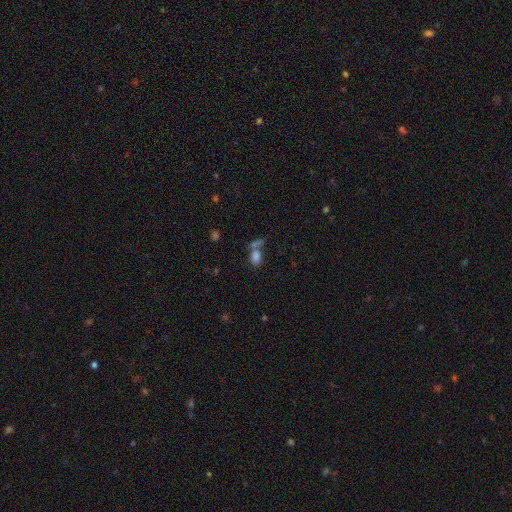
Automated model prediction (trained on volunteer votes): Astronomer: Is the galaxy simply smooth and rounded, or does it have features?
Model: smooth — 77%.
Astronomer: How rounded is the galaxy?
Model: in between — 80%.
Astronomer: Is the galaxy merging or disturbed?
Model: merger — 45% (runner-up: none, 35%).